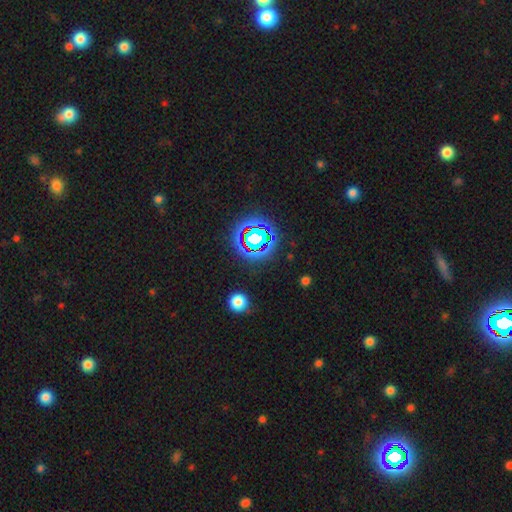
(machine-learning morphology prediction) This is likely a star or artifact rather than a galaxy (77%).